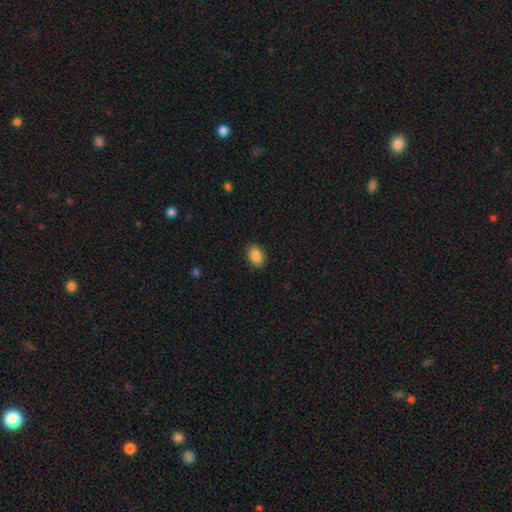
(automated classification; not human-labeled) Morphology: type=smooth (87%); roundness=in between (81%); merging=none (88%).